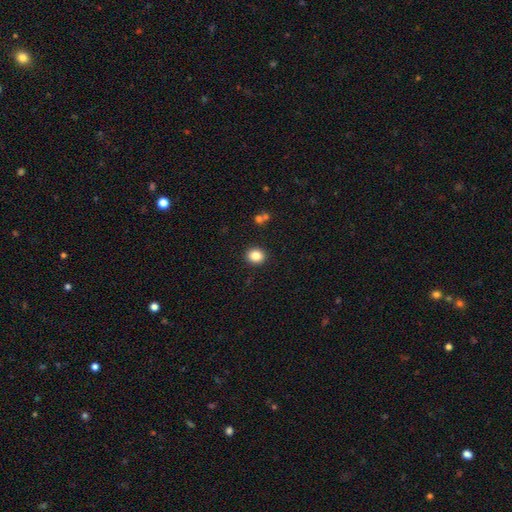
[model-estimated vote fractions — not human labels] Smooth or featured: smooth — 85% (star or artifact — 10%)
How rounded: round — 73% (in between — 26%)
Merging: none — 90% (minor disturbance — 6%)